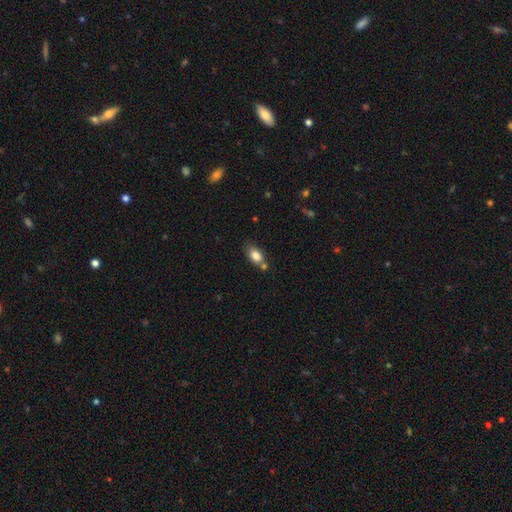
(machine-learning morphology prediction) smooth-or-featured: smooth: 83% | featured or disk: 9% | star or artifact: 8%
  how-rounded: in between: 86% | round: 11% | cigar-shaped: 3%
  merging: none: 54% | merger: 22% | minor disturbance: 18% | major disturbance: 5%